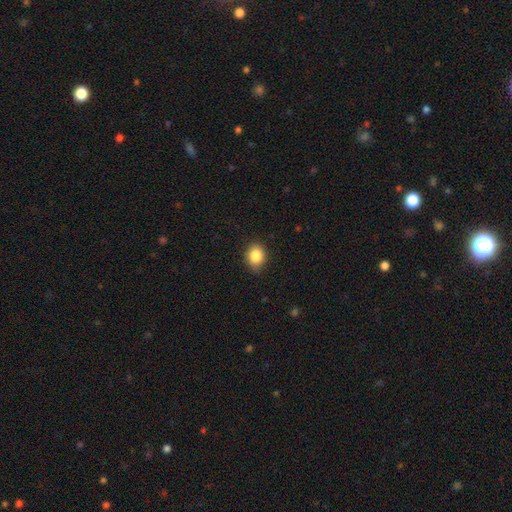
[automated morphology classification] This is clearly a smooth galaxy (86%). How rounded: possibly round (53%). Merging: clearly none (82%).